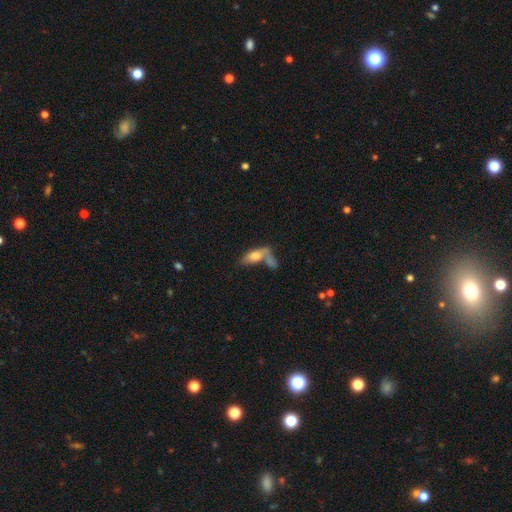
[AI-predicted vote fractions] The model was most divided on "merging": merger: 43%, none: 33%, minor disturbance: 14%, major disturbance: 10%. More confident: how rounded — in between (73%); smooth or featured — smooth (69%).